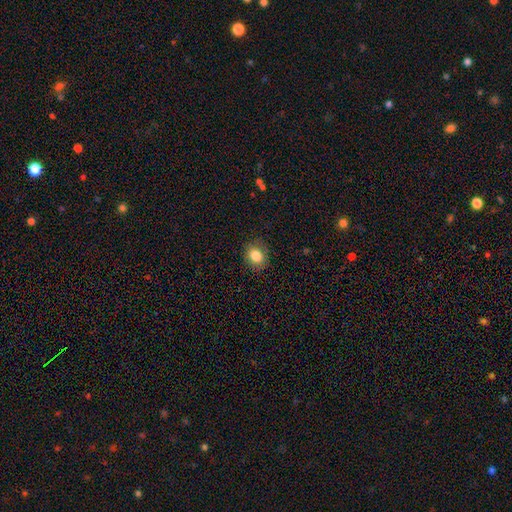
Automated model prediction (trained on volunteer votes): This is clearly a smooth galaxy (84%). How rounded: possibly round (60%). Merging: clearly none (84%).